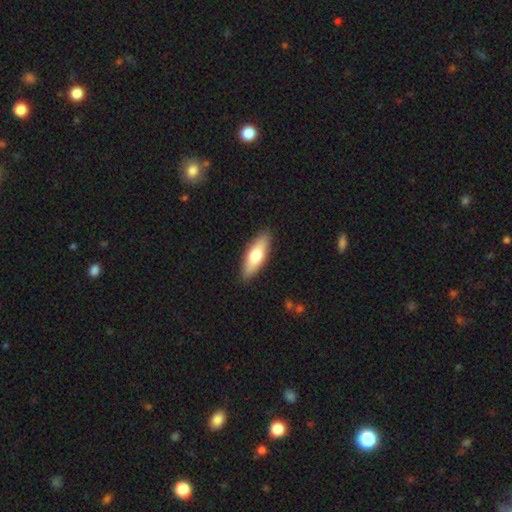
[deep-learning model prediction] smooth-or-featured: smooth: 66% | featured or disk: 29% | star or artifact: 5%
  how-rounded: in between: 55% | cigar-shaped: 43% | round: 2%
  merging: none: 89% | minor disturbance: 8% | major disturbance: 2% | merger: 1%